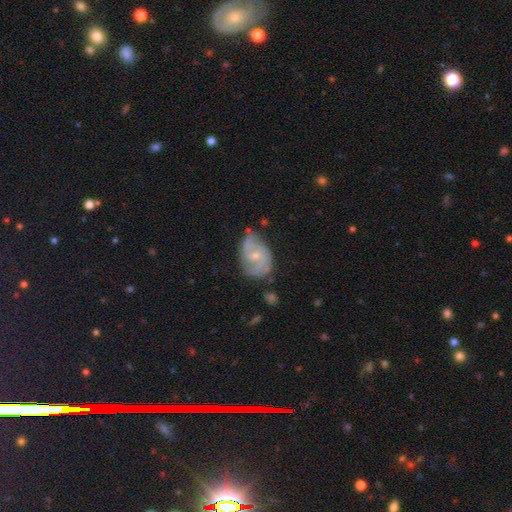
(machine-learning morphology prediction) Q: Smooth or featured?
A: featured or disk (78%); runner-up: smooth (16%)
Q: Edge-on disk?
A: no (97%); runner-up: yes (3%)
Q: Bar?
A: no (53%); runner-up: weak (41%)
Q: Spiral arms?
A: yes (92%); runner-up: no (8%)
Q: Spiral winding?
A: medium (46%); runner-up: tight (36%)
Q: Spiral arm count?
A: 2 (71%); runner-up: can't tell (15%)
Q: Bulge size?
A: small (58%); runner-up: moderate (38%)
Q: Merging?
A: none (59%); runner-up: minor disturbance (29%)